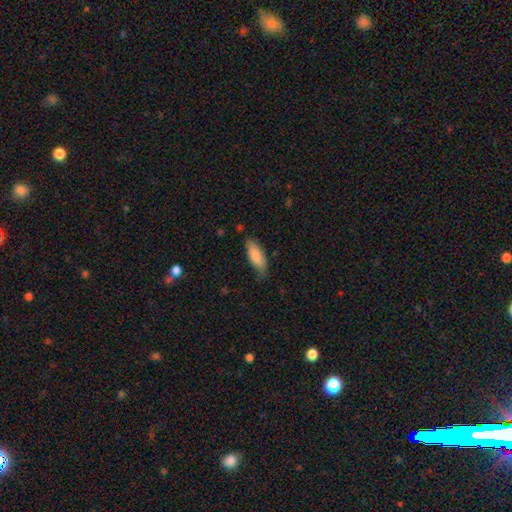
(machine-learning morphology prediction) Smooth or featured: smooth — 86% (featured or disk — 9%)
How rounded: in between — 76% (cigar-shaped — 23%)
Merging: none — 69% (minor disturbance — 25%)